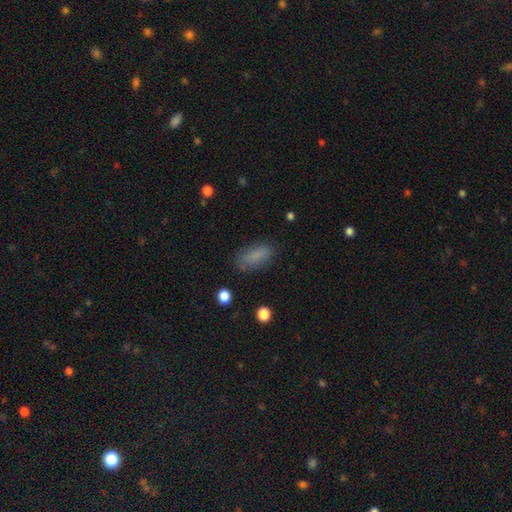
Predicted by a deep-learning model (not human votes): Smooth or featured?
  - smooth: 82% *
  - star or artifact: 10%
  - featured or disk: 8%
How rounded?
  - in between: 84% *
  - cigar-shaped: 13%
  - round: 3%
Merging?
  - none: 78% *
  - minor disturbance: 15%
  - major disturbance: 5%
  - merger: 2%